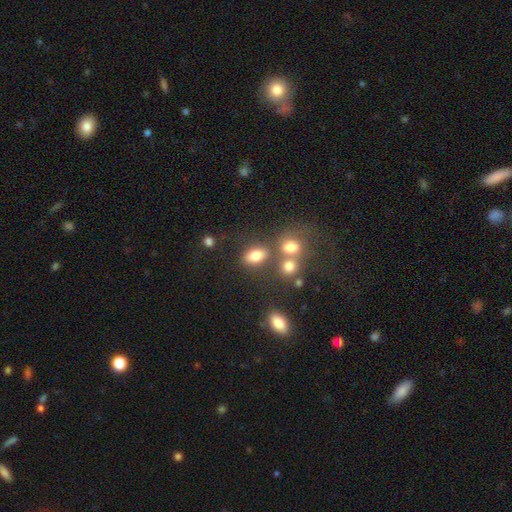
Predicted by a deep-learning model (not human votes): Morphology: type=smooth (78%); roundness=in between (76%); merging=none (61%).